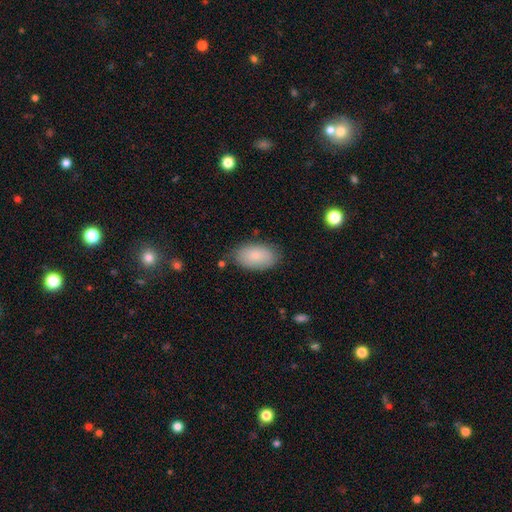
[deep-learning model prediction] This is clearly a smooth galaxy (82%). How rounded: clearly in between (94%). Merging: likely none (79%).